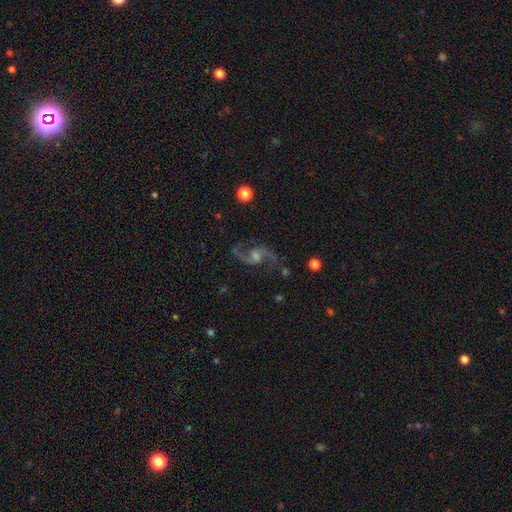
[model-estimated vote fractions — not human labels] This appears to be a featured or disk galaxy (89%) with no bar (48%), 2 (94%) loose (56%) spiral arms (98%) and a moderate central bulge (48%). Merging: none (81%).